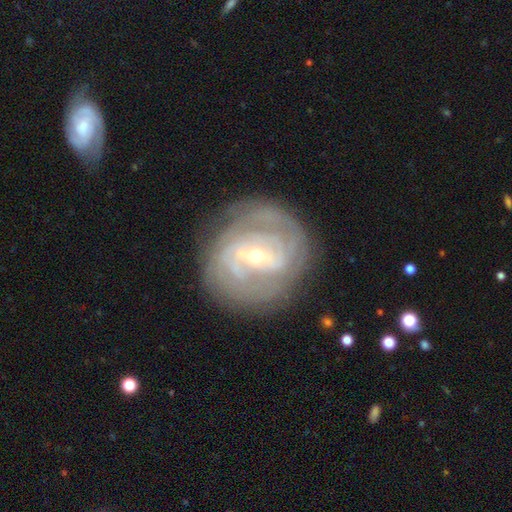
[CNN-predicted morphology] Smooth or featured?
  - featured or disk: 83% *
  - smooth: 11%
  - star or artifact: 6%
Edge-on disk?
  - no: 96% *
  - yes: 4%
Bar?
  - weak: 44% *
  - strong: 31%
  - no: 24%
Spiral arms?
  - yes: 89% *
  - no: 11%
Spiral winding?
  - tight: 68% *
  - medium: 25%
  - loose: 7%
Spiral arm count?
  - can't tell: 36% *
  - 2: 33%
  - 3: 15%
  - 4: 8%
  - 1: 5%
  - more than 4: 5%
Bulge size?
  - small: 58% *
  - moderate: 39%
  - large: 2%
  - none: 1%
  - dominant: 1%
Merging?
  - none: 78% *
  - minor disturbance: 14%
  - major disturbance: 6%
  - merger: 2%